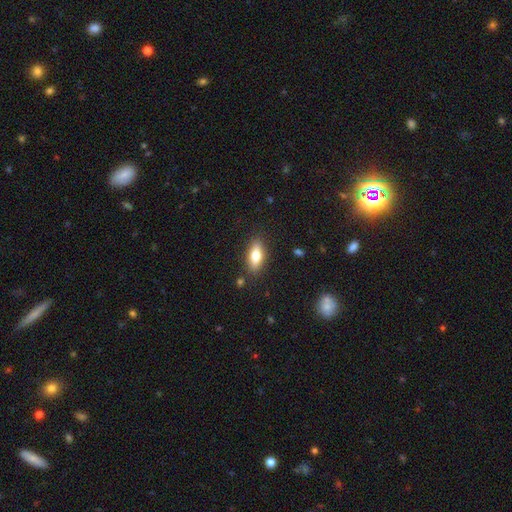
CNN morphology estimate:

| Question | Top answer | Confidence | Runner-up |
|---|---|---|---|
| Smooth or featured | smooth | 74% | featured or disk (19%) |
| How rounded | in between | 76% | cigar-shaped (21%) |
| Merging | none | 86% | minor disturbance (10%) |